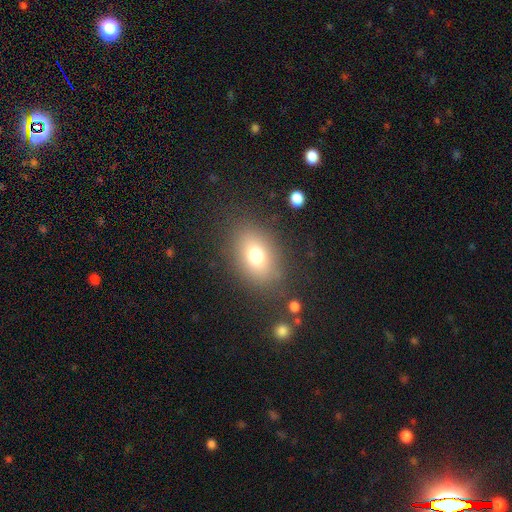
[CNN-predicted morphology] A smooth galaxy with no disk features (73%) that is in between round and cigar-shaped (76%).

Vote fractions:
- Smooth or featured? smooth: 73% / featured or disk: 14% / star or artifact: 13%
- How rounded? in between: 76% / round: 22% / cigar-shaped: 2%
- Merging? none: 81% / minor disturbance: 11% / major disturbance: 6% / merger: 2%